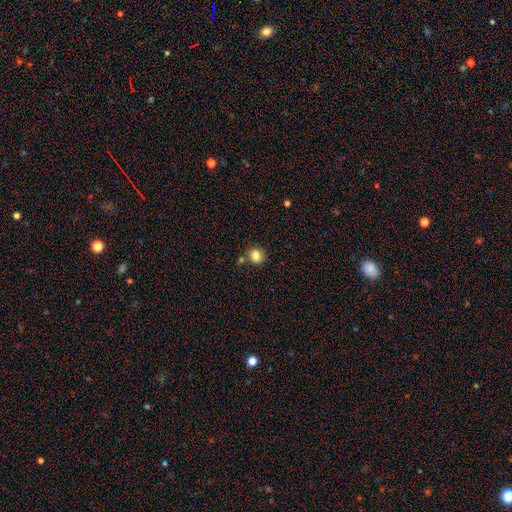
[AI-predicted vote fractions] This appears to be a smooth galaxy with no disk features (83%) that is round (67%). Merging: none (73%).